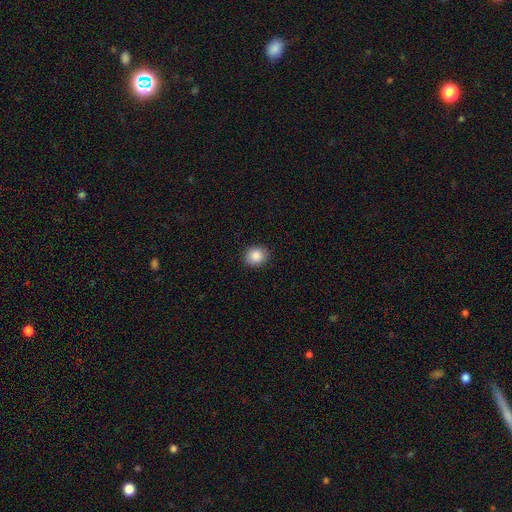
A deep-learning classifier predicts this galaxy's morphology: Smooth or featured?
  - smooth: 87% *
  - star or artifact: 9%
  - featured or disk: 4%
How rounded?
  - round: 71% *
  - in between: 28%
  - cigar-shaped: 1%
Merging?
  - none: 90% *
  - minor disturbance: 7%
  - major disturbance: 2%
  - merger: 1%